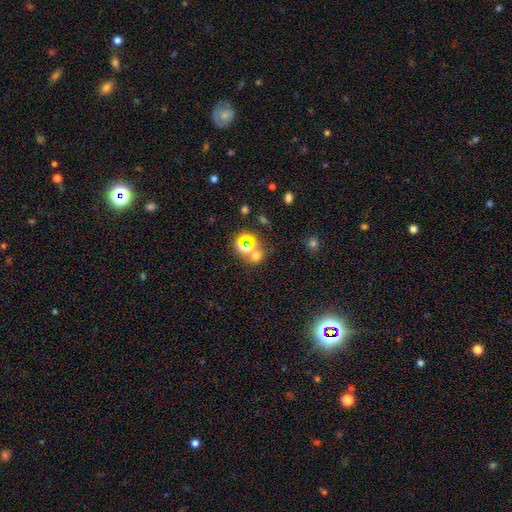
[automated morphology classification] Smooth or featured? Predicted: smooth (p=0.46). Merging? Predicted: none (p=0.56).